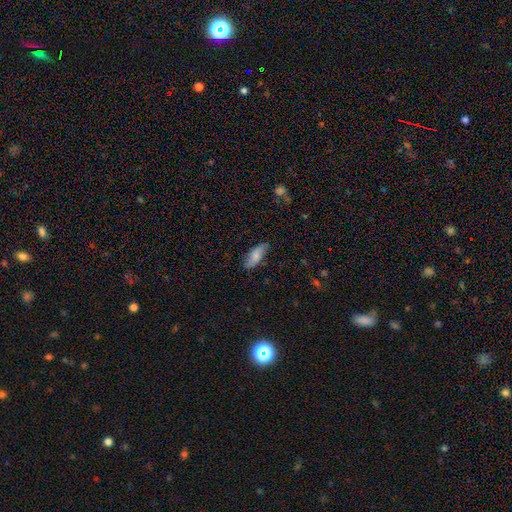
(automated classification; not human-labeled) Smooth or featured?
  - smooth: 77% *
  - featured or disk: 17%
  - star or artifact: 6%
How rounded?
  - in between: 78% *
  - cigar-shaped: 20%
  - round: 2%
Merging?
  - none: 79% *
  - minor disturbance: 17%
  - major disturbance: 3%
  - merger: 1%